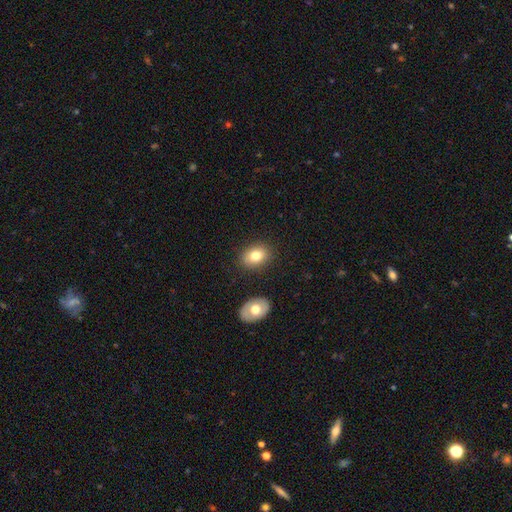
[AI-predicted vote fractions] smooth 77%, featured or disk 14%, star or artifact 9%. Down the decision tree: how rounded — in between (73%); merging — none (83%).